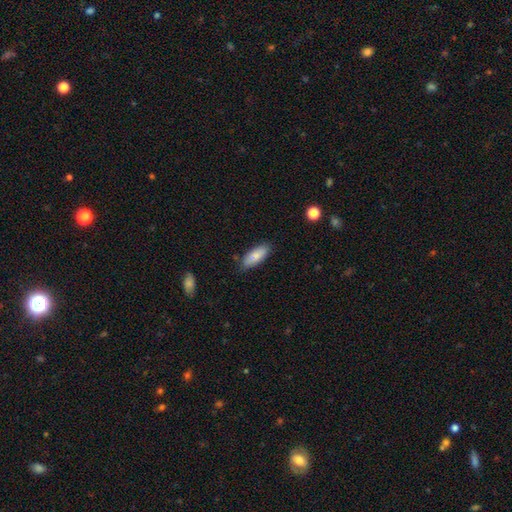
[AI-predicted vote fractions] A smooth galaxy with no disk features (84%) that is in between round and cigar-shaped (73%). Merging: none (82%).